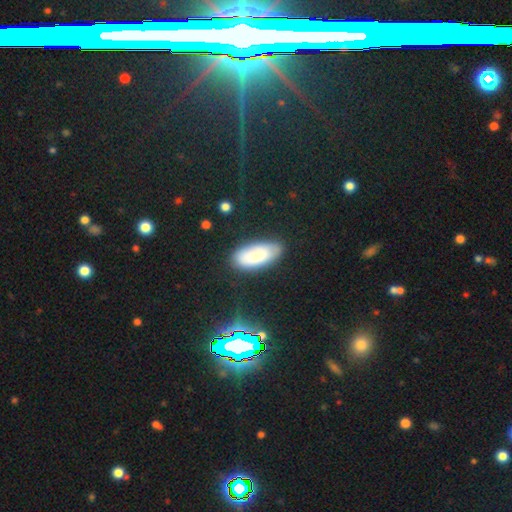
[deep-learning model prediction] Smooth or featured? smooth (74%)
How rounded? in between (88%)
Merging? none (79%)